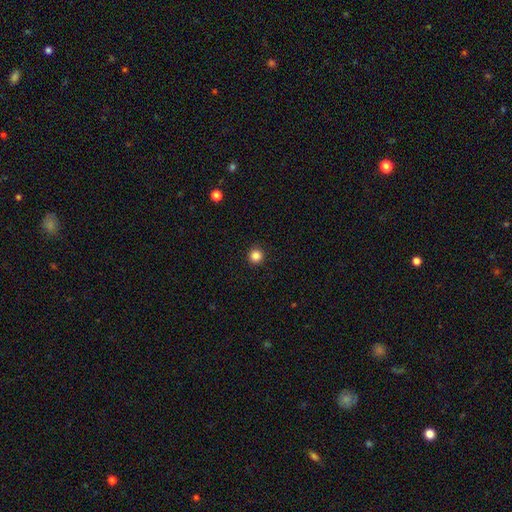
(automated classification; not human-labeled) Smooth or featured? smooth (86%)
How rounded? round (95%)
Merging? none (94%)